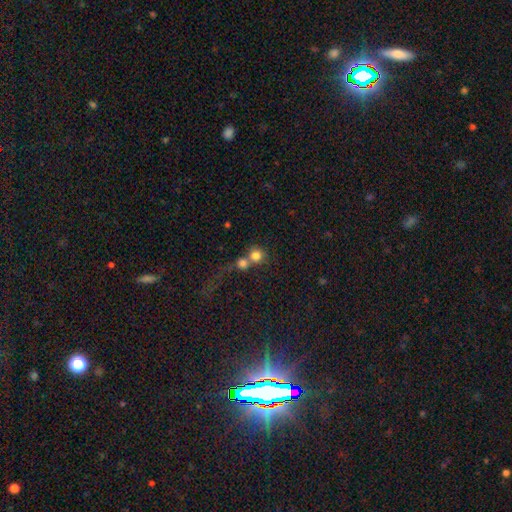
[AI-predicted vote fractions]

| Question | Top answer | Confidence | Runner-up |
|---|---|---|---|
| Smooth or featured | smooth | 79% | star or artifact (11%) |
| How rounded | round | 89% | in between (10%) |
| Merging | merger | 51% | none (39%) |